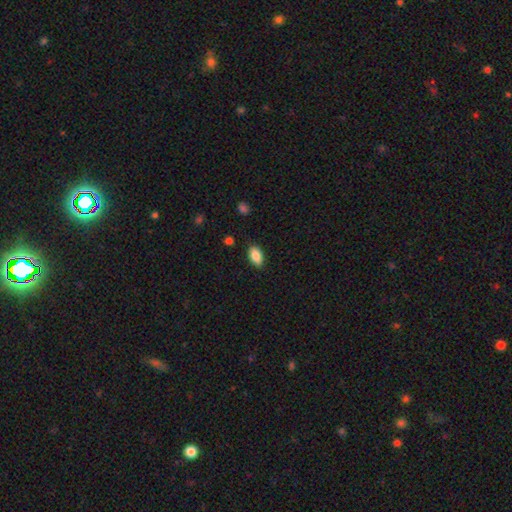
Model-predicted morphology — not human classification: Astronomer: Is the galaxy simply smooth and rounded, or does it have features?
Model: smooth — 87%.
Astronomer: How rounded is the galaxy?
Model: in between — 92%.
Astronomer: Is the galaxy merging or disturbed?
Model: none — 86%.